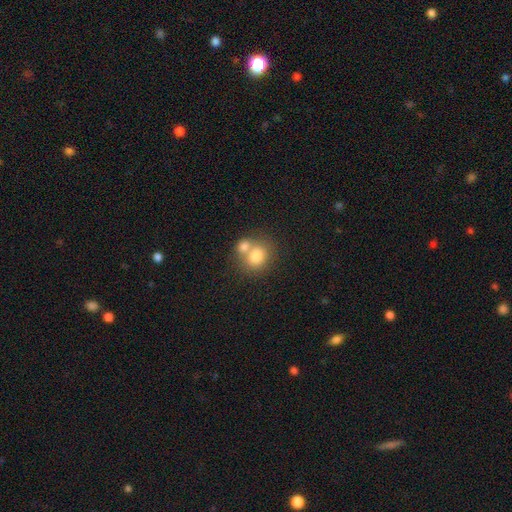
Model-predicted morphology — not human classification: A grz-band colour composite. It shows a smooth galaxy with no disk features (77%) that is round (71%). Merging: merger (52%).